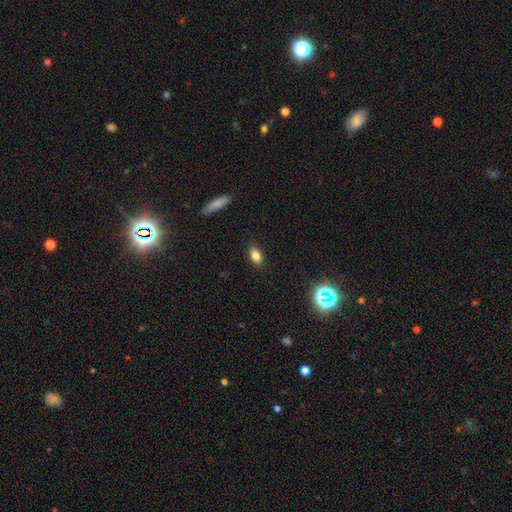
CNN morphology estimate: Smooth or featured?
  - smooth: 81% *
  - star or artifact: 10%
  - featured or disk: 9%
How rounded?
  - in between: 84% *
  - round: 11%
  - cigar-shaped: 4%
Merging?
  - none: 87% *
  - minor disturbance: 10%
  - major disturbance: 2%
  - merger: 1%